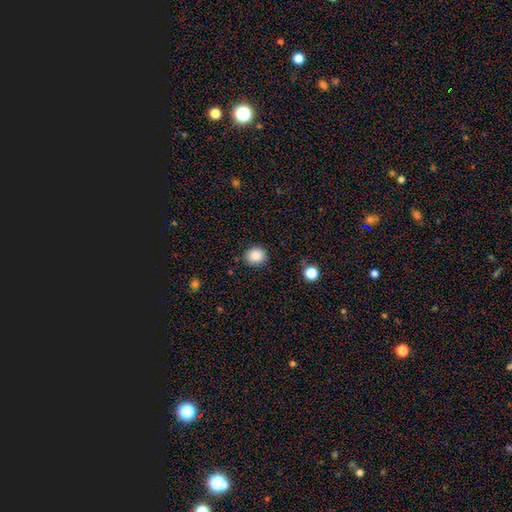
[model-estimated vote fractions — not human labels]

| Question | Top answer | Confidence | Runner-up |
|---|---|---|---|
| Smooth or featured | smooth | 87% | star or artifact (9%) |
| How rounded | round | 72% | in between (27%) |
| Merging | none | 84% | minor disturbance (11%) |